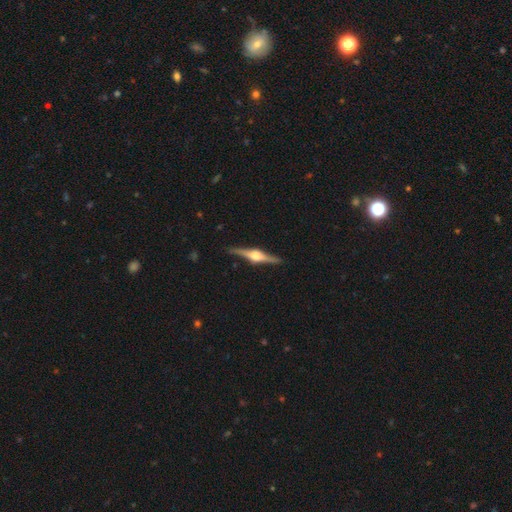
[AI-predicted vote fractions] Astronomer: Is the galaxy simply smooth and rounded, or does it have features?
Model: featured or disk — 85%.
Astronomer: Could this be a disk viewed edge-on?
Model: yes — 98%.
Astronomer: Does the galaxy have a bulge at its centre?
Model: rounded — 93%.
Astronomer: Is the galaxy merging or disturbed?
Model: none — 91%.